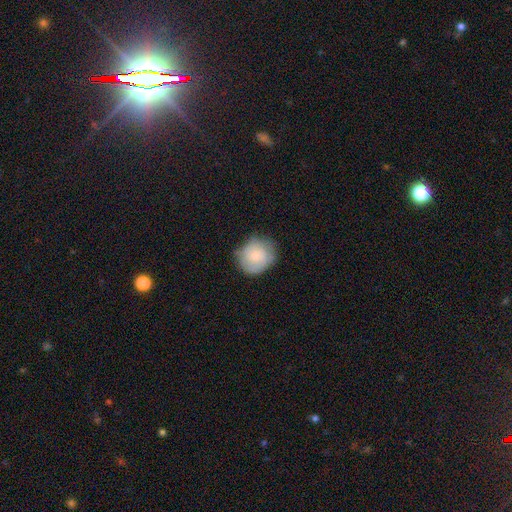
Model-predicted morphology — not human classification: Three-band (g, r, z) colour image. It shows a smooth galaxy with no disk features (72%) that is round (83%). Merging: none (66%).